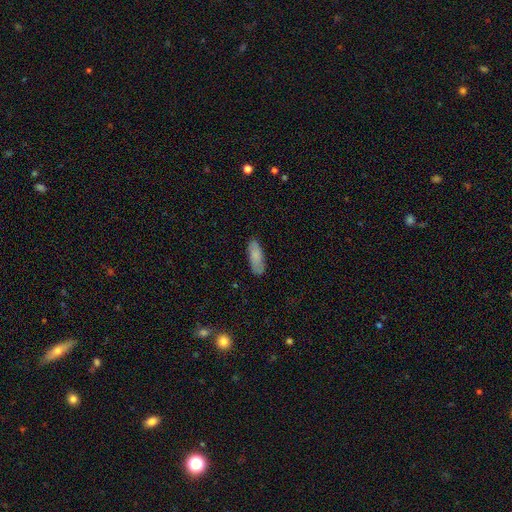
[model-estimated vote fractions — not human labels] This is clearly a smooth galaxy (81%). How rounded: likely in between (71%). Merging: clearly none (82%).